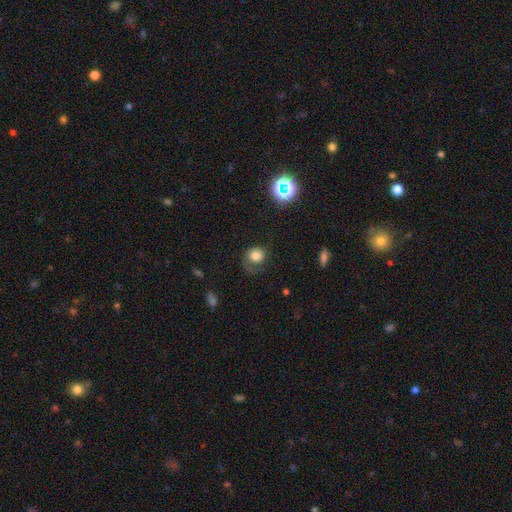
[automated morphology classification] smooth_or_featured: smooth (p=0.63) [alt: featured or disk p=0.26]
how_rounded: round (p=0.74) [alt: in between p=0.25]
merging: none (p=0.41) [alt: major disturbance p=0.34]